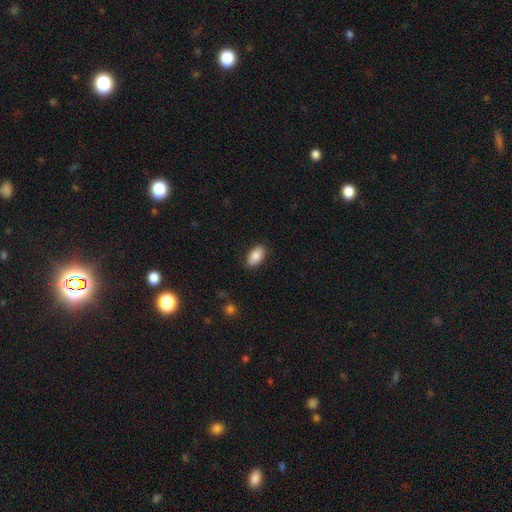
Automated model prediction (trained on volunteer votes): A smooth galaxy with no disk features (85%) that is in between round and cigar-shaped (93%). Merging: none (85%).